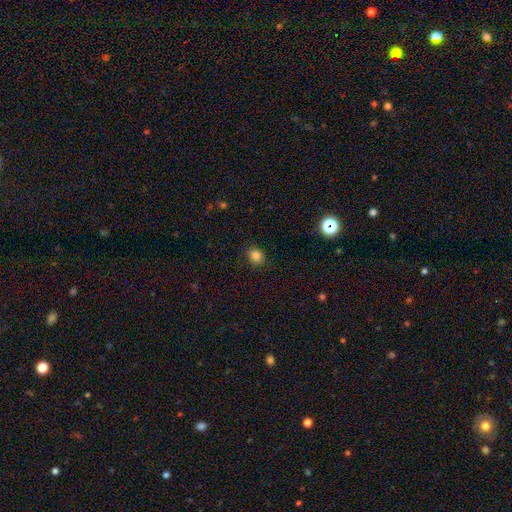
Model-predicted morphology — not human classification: smooth_or_featured: smooth (p=0.84) [alt: star or artifact p=0.12]
how_rounded: round (p=0.72) [alt: in between p=0.27]
merging: none (p=0.87) [alt: minor disturbance p=0.09]